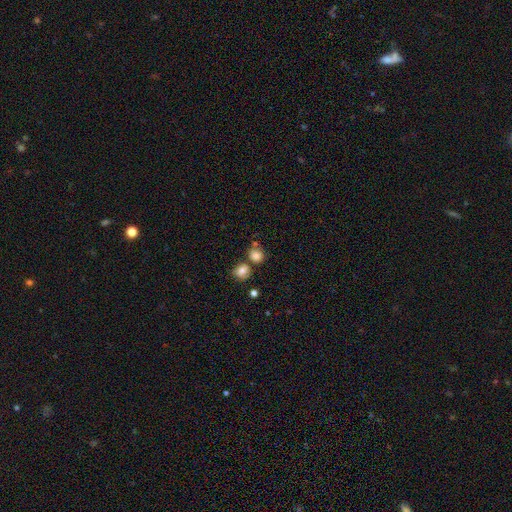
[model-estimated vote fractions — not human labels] The model was most divided on "merging": none: 60%, merger: 24%, minor disturbance: 12%, major disturbance: 4%. More confident: smooth or featured — smooth (83%); how rounded — round (78%).